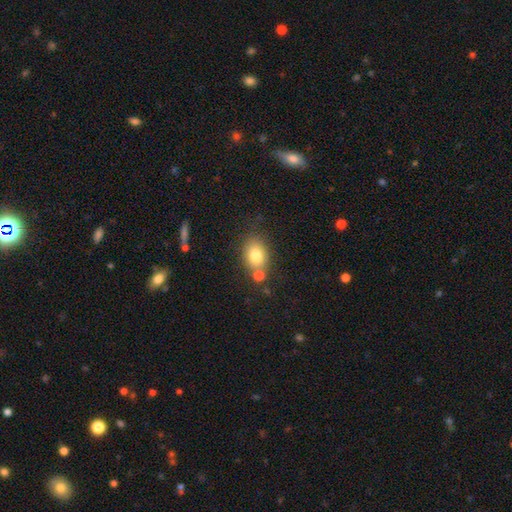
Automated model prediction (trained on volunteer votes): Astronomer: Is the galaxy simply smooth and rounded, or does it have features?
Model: smooth — 81%.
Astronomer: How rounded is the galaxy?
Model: in between — 72%.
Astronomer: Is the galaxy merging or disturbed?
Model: none — 65%.